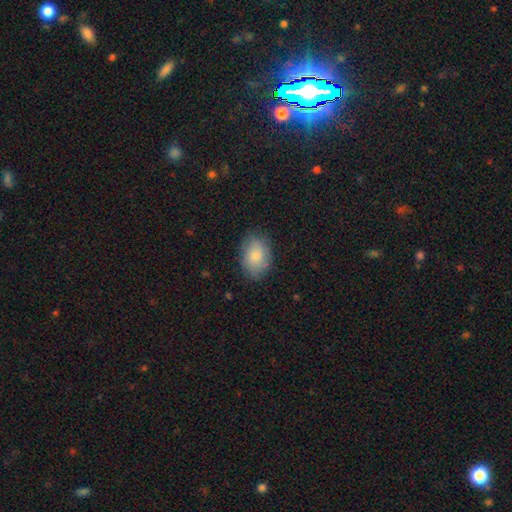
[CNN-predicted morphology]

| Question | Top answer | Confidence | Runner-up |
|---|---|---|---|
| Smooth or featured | smooth | 80% | featured or disk (13%) |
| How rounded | in between | 81% | round (18%) |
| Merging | none | 80% | minor disturbance (15%) |